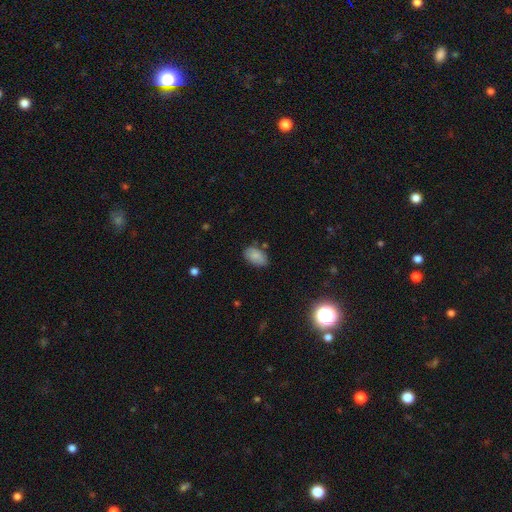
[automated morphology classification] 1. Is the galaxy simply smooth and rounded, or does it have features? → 84% smooth, 8% star or artifact, 8% featured or disk.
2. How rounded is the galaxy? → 92% in between, 6% round, 2% cigar-shaped.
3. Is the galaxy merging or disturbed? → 72% none, 21% minor disturbance, 4% major disturbance, 3% merger.